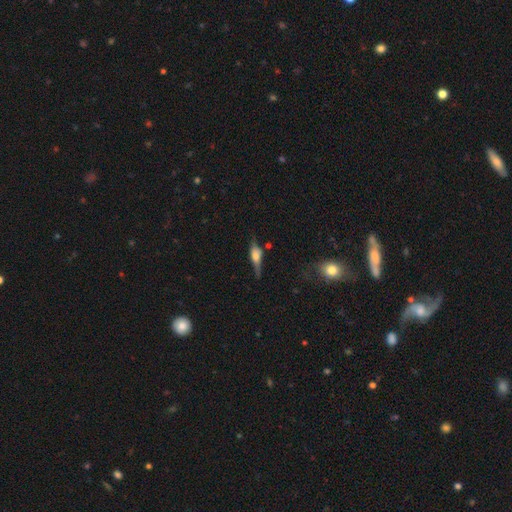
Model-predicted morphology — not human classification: The model was most divided on "smooth or featured": featured or disk: 53%, smooth: 39%, star or artifact: 8%. More confident: edge-on disk — yes (84%); merging — none (51%).